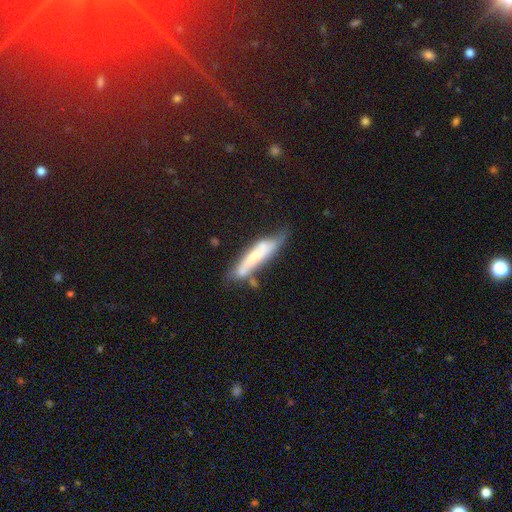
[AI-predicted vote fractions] smooth_or_featured: smooth (p=0.47) [alt: featured or disk p=0.45]
merging: none (p=0.43) [alt: minor disturbance p=0.29]